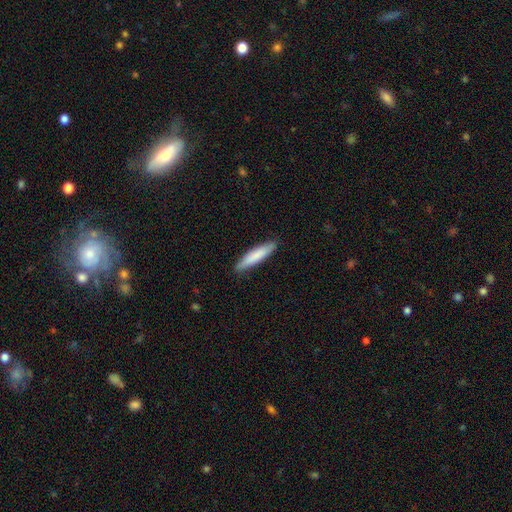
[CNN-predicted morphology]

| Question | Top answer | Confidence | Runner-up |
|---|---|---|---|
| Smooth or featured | smooth | 81% | featured or disk (14%) |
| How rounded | cigar-shaped | 83% | in between (16%) |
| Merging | none | 88% | minor disturbance (10%) |